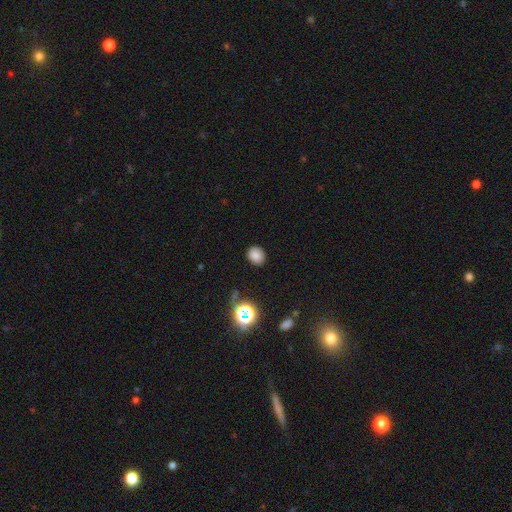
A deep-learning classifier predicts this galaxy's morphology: Smooth or featured?
  - smooth: 78% *
  - star or artifact: 14%
  - featured or disk: 7%
How rounded?
  - round: 60% *
  - in between: 39%
  - cigar-shaped: 1%
Merging?
  - none: 85% *
  - minor disturbance: 11%
  - major disturbance: 3%
  - merger: 1%